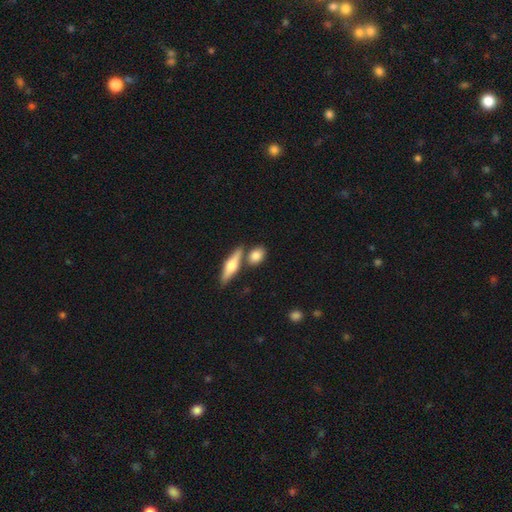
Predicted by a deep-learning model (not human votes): The model was most divided on "how rounded": in between: 58%, round: 32%, cigar-shaped: 10%. More confident: smooth or featured — smooth (78%); merging — none (69%).